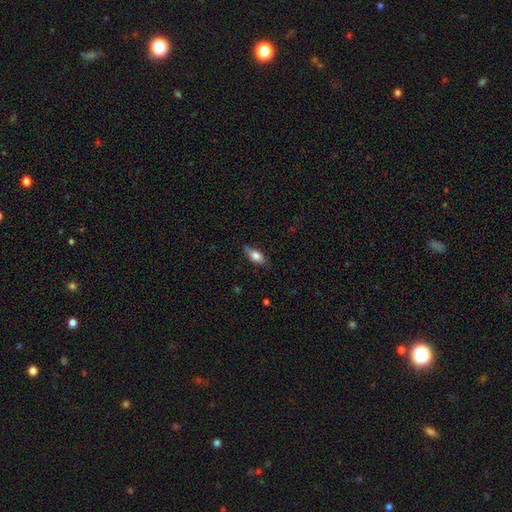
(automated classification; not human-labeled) Smooth or featured: smooth — 73% (featured or disk — 19%)
How rounded: in between — 80% (cigar-shaped — 15%)
Merging: none — 72% (minor disturbance — 22%)